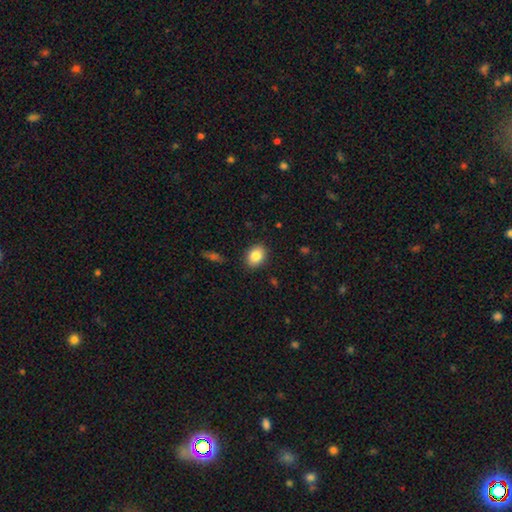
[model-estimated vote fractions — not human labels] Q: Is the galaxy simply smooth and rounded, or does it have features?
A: smooth — 85%.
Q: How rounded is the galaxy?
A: in between — 61%.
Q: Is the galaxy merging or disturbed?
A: none — 89%.